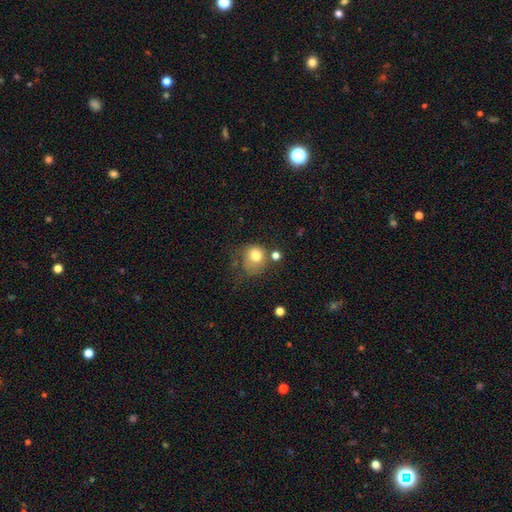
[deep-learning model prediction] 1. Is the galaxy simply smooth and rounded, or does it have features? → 76% smooth, 13% featured or disk, 11% star or artifact.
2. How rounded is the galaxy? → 79% round, 20% in between, 1% cigar-shaped.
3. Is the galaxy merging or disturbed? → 45% none, 24% minor disturbance, 18% major disturbance, 13% merger.